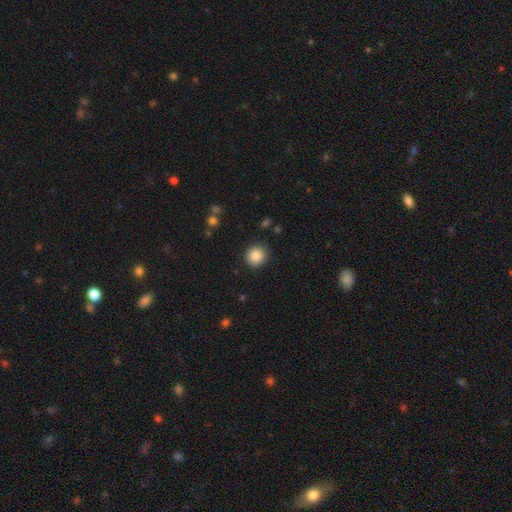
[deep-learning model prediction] Overall: smooth (87%). How rounded: round (90%). Merging: none (89%).